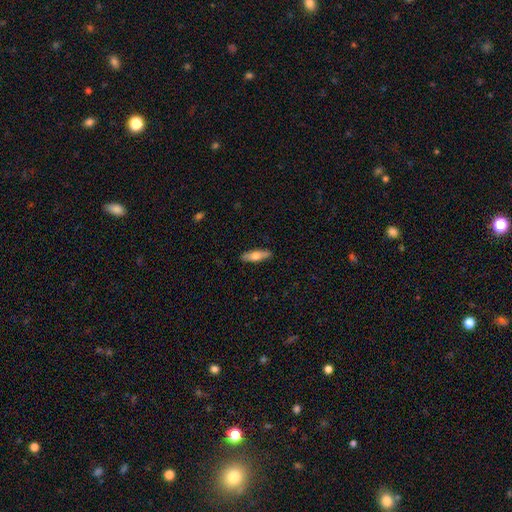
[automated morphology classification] Smooth or featured: smooth — 56% (featured or disk — 39%)
How rounded: cigar-shaped — 60% (in between — 37%)
Merging: none — 89% (minor disturbance — 8%)